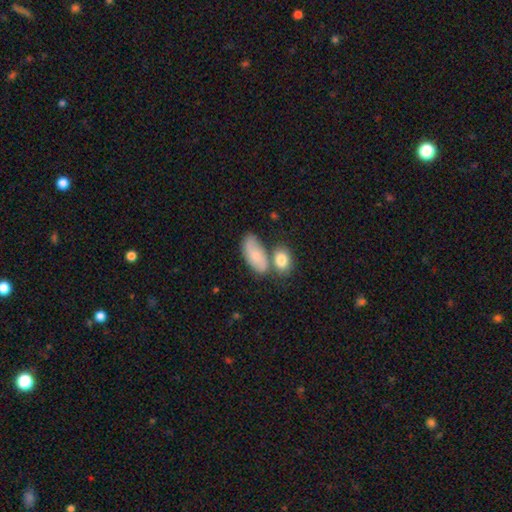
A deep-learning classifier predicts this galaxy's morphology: A smooth galaxy with no disk features (65%) that is in between round and cigar-shaped (88%).

Vote fractions:
- Smooth or featured? smooth: 65% / featured or disk: 28% / star or artifact: 7%
- How rounded? in between: 88% / cigar-shaped: 7% / round: 5%
- Merging? none: 44% / merger: 32% / minor disturbance: 17% / major disturbance: 6%